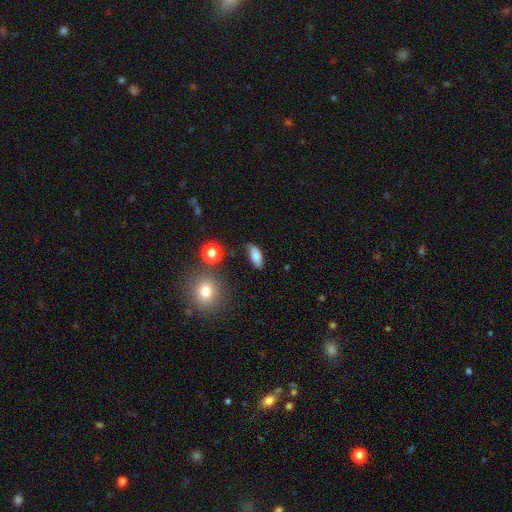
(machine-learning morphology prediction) Smooth or featured? smooth (79%)
How rounded? in between (83%)
Merging? none (73%)